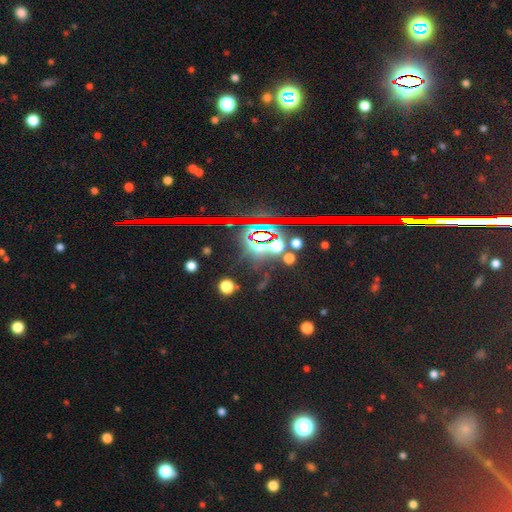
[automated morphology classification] This appears to be a star or artifact, not a galaxy (84%).